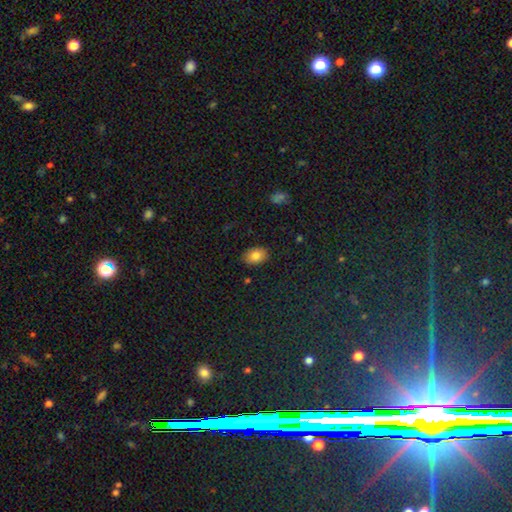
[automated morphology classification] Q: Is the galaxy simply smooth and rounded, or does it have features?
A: smooth — 82%.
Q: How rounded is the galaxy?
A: in between — 85%.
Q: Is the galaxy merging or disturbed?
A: none — 85%.